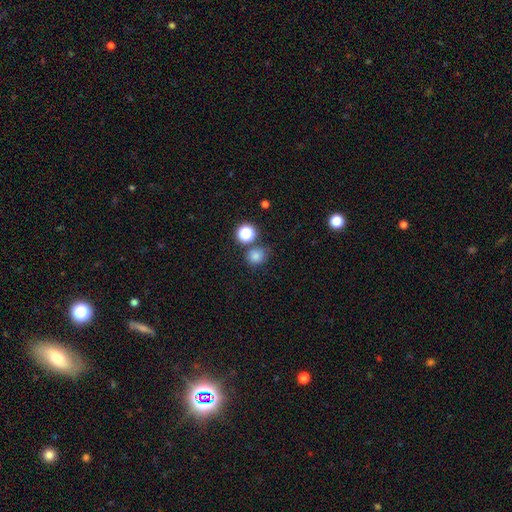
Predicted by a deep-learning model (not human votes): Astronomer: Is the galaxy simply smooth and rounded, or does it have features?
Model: smooth — 78%.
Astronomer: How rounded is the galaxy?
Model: round — 84%.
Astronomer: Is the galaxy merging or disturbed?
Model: none — 72%.